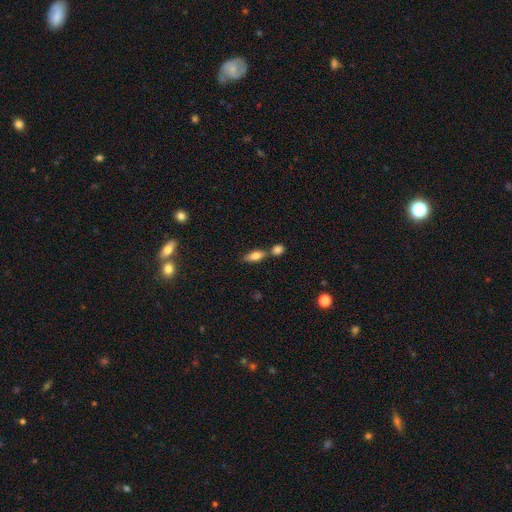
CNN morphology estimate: The model was most divided on "merging": none: 52%, merger: 34%, minor disturbance: 11%, major disturbance: 3%. More confident: smooth or featured — smooth (73%); how rounded — in between (72%).